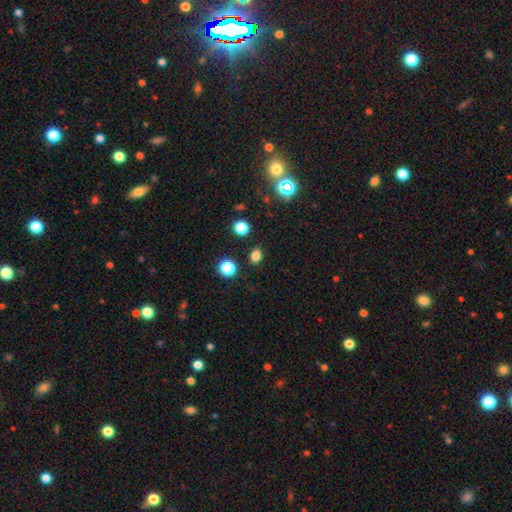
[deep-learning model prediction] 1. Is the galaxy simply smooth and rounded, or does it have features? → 80% smooth, 16% star or artifact, 4% featured or disk.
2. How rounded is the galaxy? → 53% in between, 46% round, 1% cigar-shaped.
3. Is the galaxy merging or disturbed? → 86% none, 8% minor disturbance, 3% merger, 3% major disturbance.